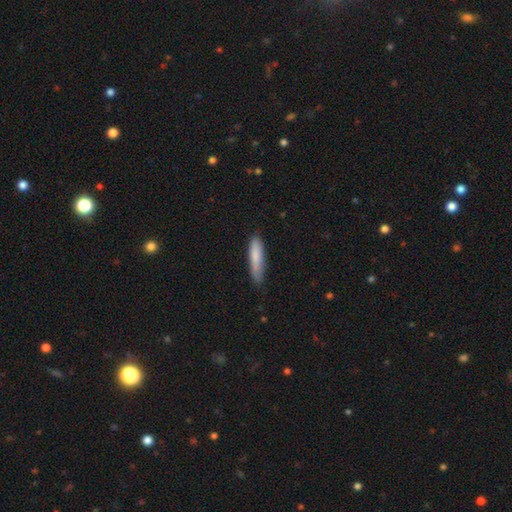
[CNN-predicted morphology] Smooth or featured? Predicted: smooth (p=0.82). How rounded? Predicted: cigar-shaped (p=0.80). Merging? Predicted: none (p=0.71).